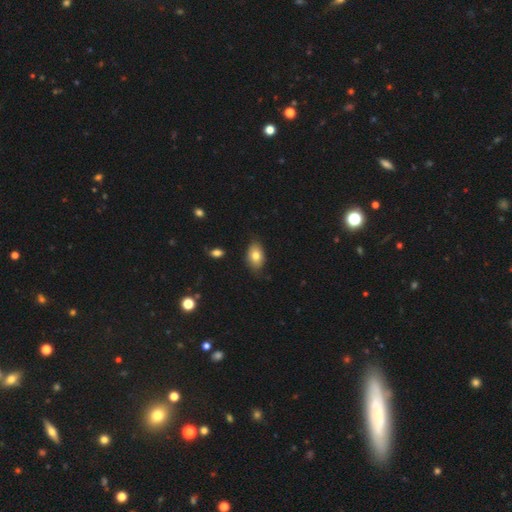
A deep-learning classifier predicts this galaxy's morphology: type=smooth (79%); roundness=in between (87%); merging=none (76%).